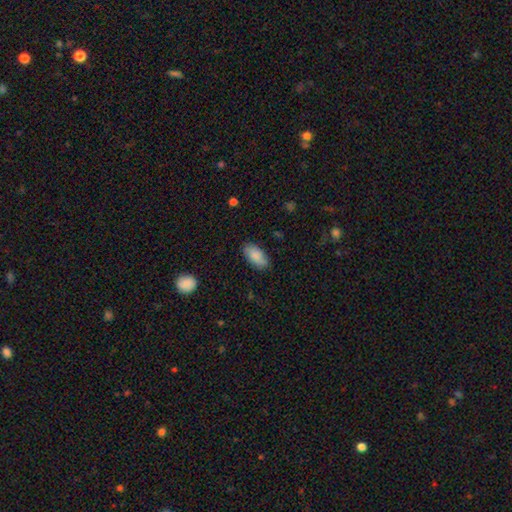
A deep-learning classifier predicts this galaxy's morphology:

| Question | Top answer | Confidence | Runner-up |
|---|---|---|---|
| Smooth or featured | smooth | 84% | featured or disk (9%) |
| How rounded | in between | 94% | cigar-shaped (4%) |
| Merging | none | 81% | minor disturbance (15%) |